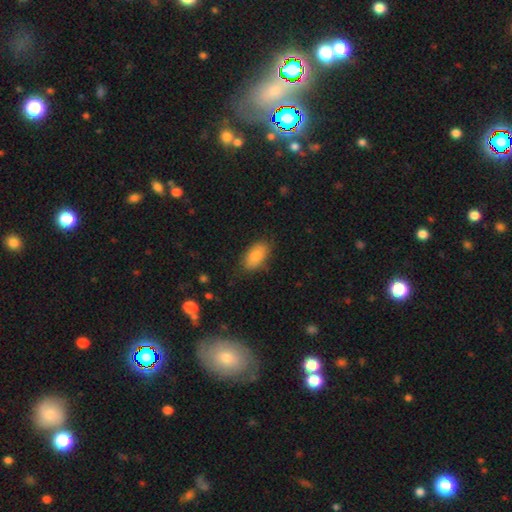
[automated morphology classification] type=smooth (80%); roundness=in between (92%); merging=none (80%).